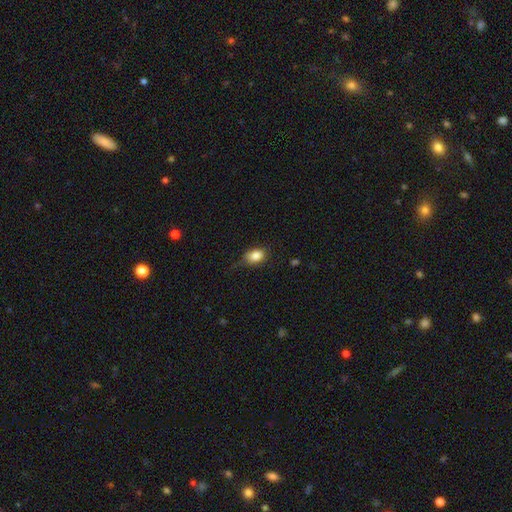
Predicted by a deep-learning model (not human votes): Smooth or featured? smooth (83%)
How rounded? in between (71%)
Merging? none (63%)